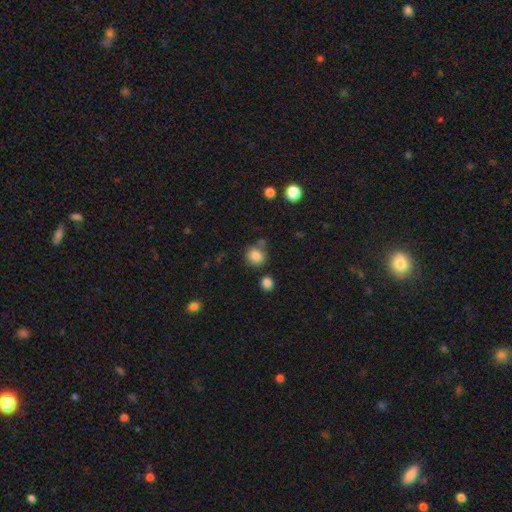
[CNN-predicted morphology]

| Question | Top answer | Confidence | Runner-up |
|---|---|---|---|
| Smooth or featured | smooth | 85% | star or artifact (10%) |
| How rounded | round | 84% | in between (15%) |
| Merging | none | 75% | minor disturbance (12%) |